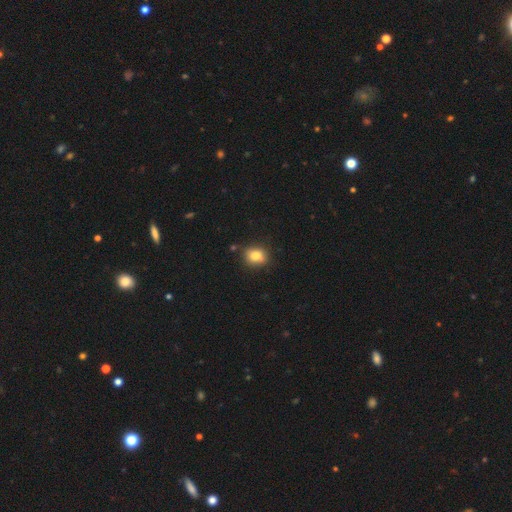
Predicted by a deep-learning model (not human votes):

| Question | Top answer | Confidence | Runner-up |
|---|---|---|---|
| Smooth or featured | smooth | 80% | star or artifact (11%) |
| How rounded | round | 56% | in between (43%) |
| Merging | none | 80% | minor disturbance (14%) |